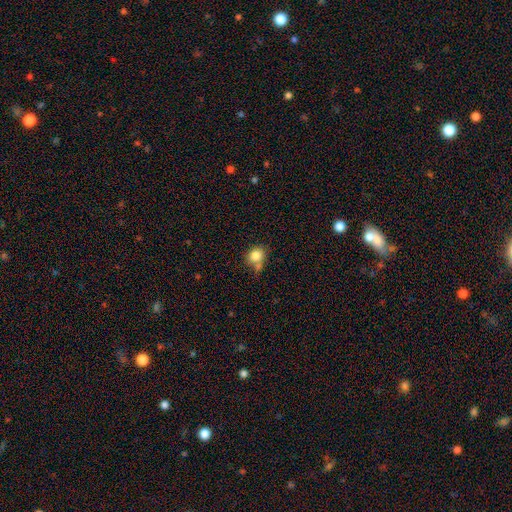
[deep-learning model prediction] The model was most divided on "merging": none: 52%, merger: 24%, minor disturbance: 18%, major disturbance: 6%. More confident: smooth or featured — smooth (82%); how rounded — round (65%).